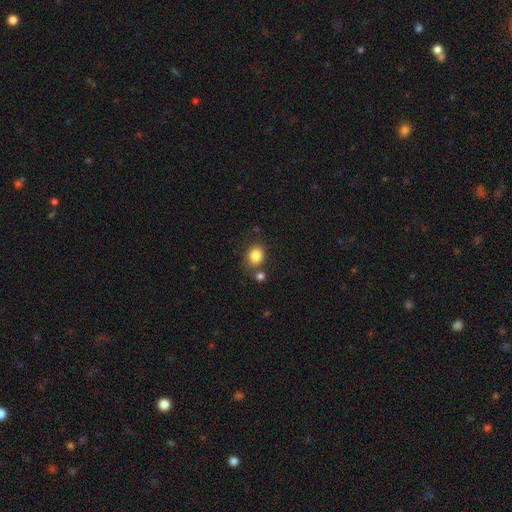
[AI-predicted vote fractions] Morphology: type=smooth (84%); roundness=round (61%); merging=none (71%).